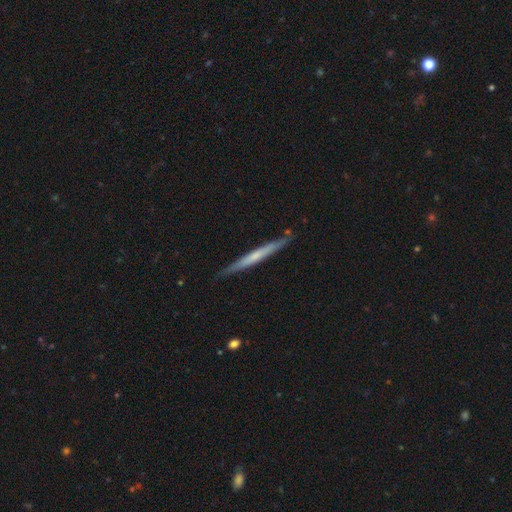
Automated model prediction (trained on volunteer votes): Smooth or featured?
  - featured or disk: 50% *
  - smooth: 44%
  - star or artifact: 5%
Edge-on disk?
  - yes: 96% *
  - no: 4%
Merging?
  - none: 87% *
  - minor disturbance: 10%
  - major disturbance: 2%
  - merger: 1%